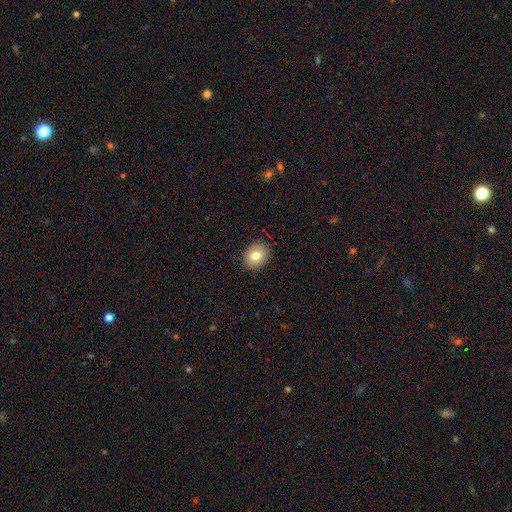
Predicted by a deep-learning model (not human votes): Q: Smooth or featured?
A: smooth (78%); runner-up: featured or disk (12%)
Q: How rounded?
A: round (58%); runner-up: in between (41%)
Q: Merging?
A: none (89%); runner-up: minor disturbance (8%)